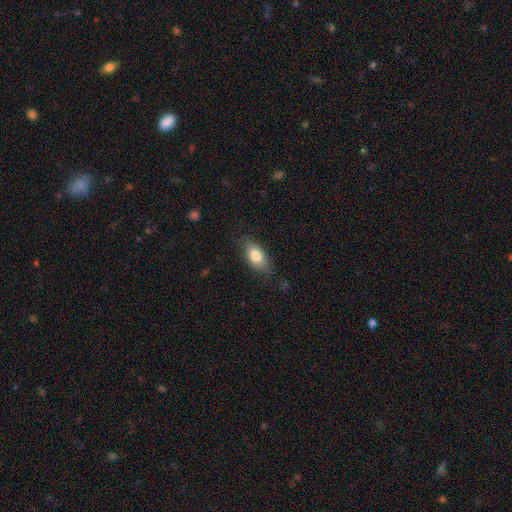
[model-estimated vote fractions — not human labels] smooth 81%, featured or disk 12%, star or artifact 7%. Down the decision tree: how rounded — in between (88%); merging — none (79%).